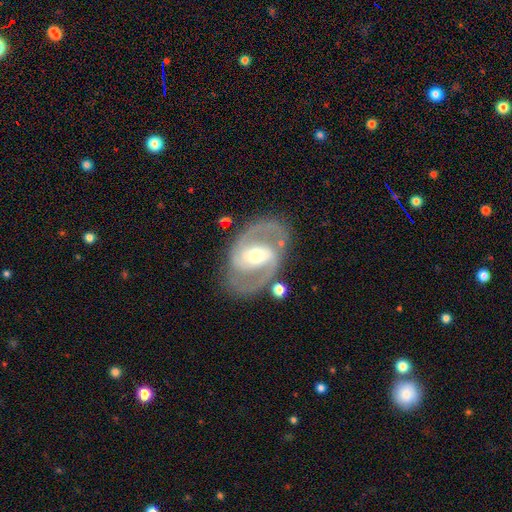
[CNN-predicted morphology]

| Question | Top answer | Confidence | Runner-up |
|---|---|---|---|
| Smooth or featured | featured or disk | 90% | smooth (6%) |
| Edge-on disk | no | 97% | yes (3%) |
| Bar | strong | 44% | weak (40%) |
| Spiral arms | yes | 96% | no (4%) |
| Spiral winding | medium | 59% | tight (28%) |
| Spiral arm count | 2 | 92% | can't tell (3%) |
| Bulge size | moderate | 59% | small (33%) |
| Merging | none | 80% | minor disturbance (12%) |